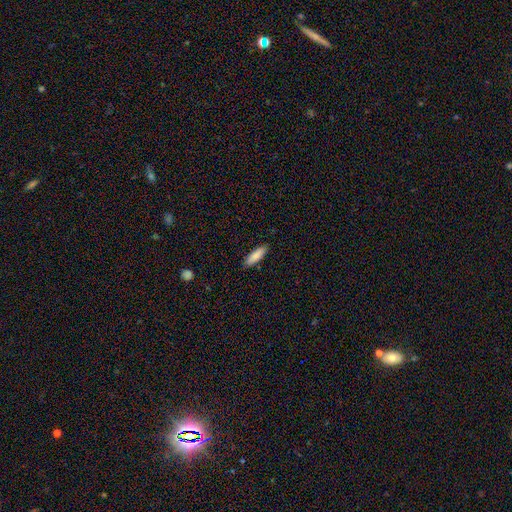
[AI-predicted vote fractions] Morphology: type=smooth (86%); roundness=cigar-shaped (54%); merging=none (89%).